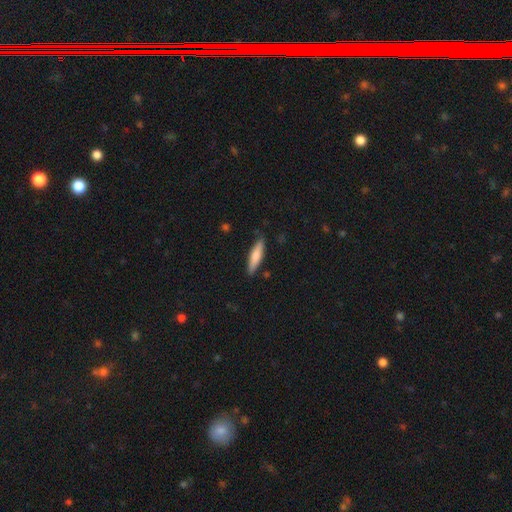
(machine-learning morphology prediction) type=smooth (71%); roundness=cigar-shaped (75%); merging=none (85%).